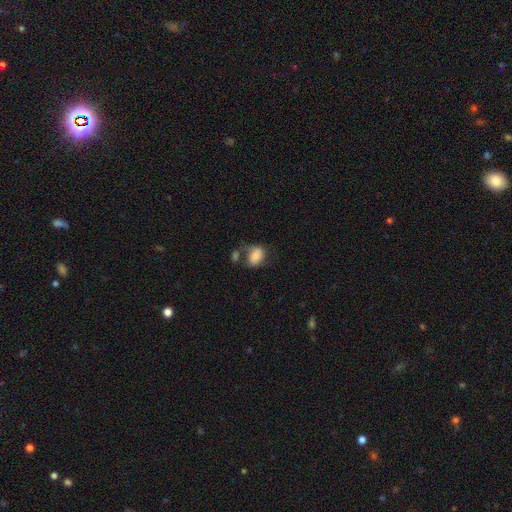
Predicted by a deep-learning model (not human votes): Smooth or featured? Predicted: smooth (p=0.74). How rounded? Predicted: in between (p=0.78). Merging? Predicted: none (p=0.38).